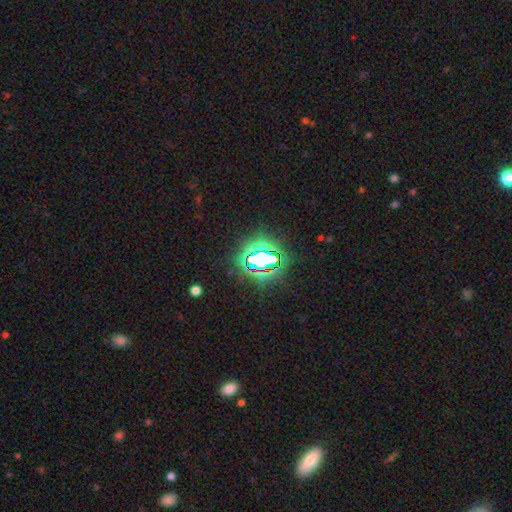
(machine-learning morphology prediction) This is likely a star or artifact rather than a galaxy (78%).